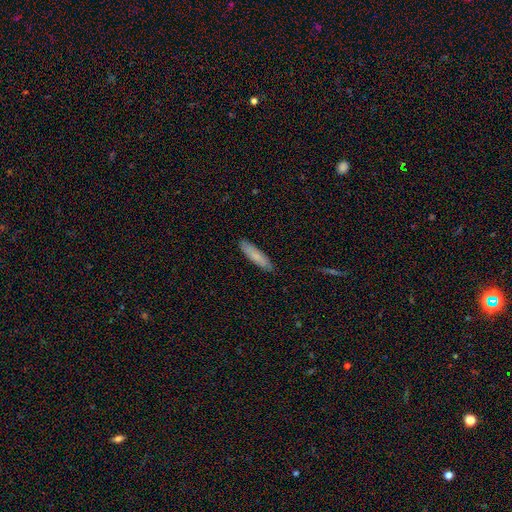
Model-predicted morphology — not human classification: smooth-or-featured: smooth: 77% | featured or disk: 17% | star or artifact: 6%
  how-rounded: cigar-shaped: 77% | in between: 22% | round: 1%
  merging: none: 88% | minor disturbance: 9% | major disturbance: 2% | merger: 1%